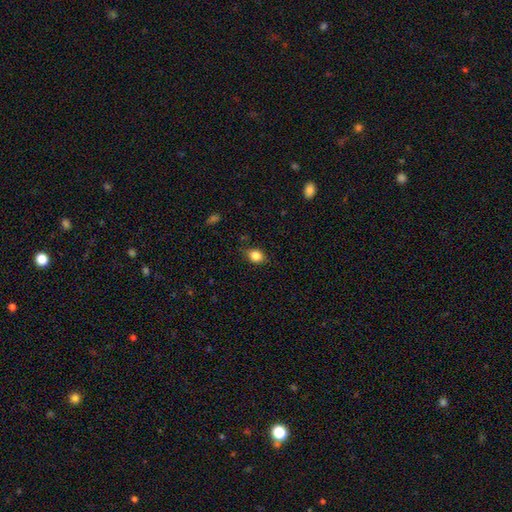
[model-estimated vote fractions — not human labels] The model was most divided on "how rounded": in between: 54%, round: 45%, cigar-shaped: 1%. More confident: smooth or featured — smooth (84%); merging — none (81%).